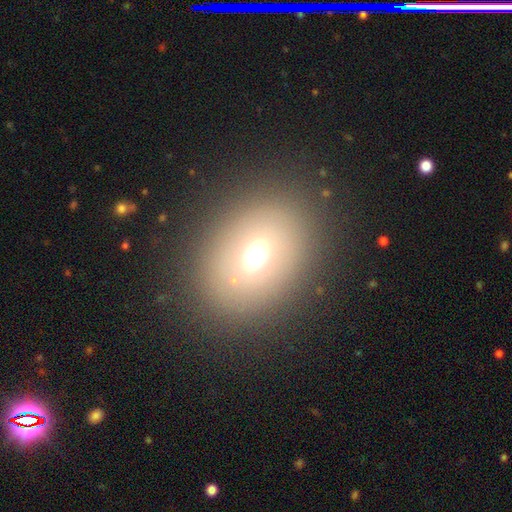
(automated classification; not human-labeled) This is likely a smooth galaxy (63%). How rounded: possibly in between (52%). Merging: clearly none (84%).